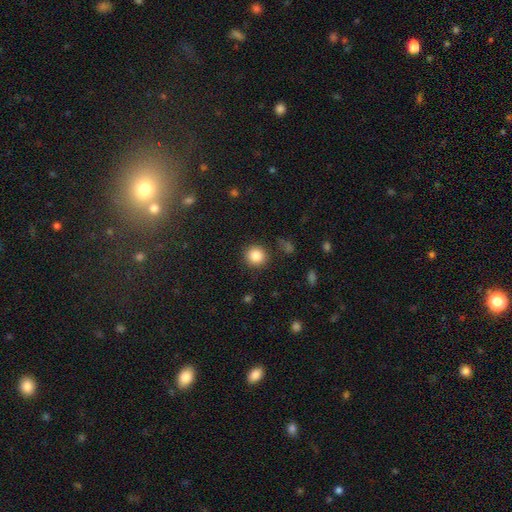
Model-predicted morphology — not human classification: A smooth galaxy with no disk features (85%) that is round (92%).

Vote fractions:
- Smooth or featured? smooth: 85% / star or artifact: 10% / featured or disk: 5%
- How rounded? round: 92% / in between: 7% / cigar-shaped: 1%
- Merging? none: 87% / minor disturbance: 8% / major disturbance: 3% / merger: 2%